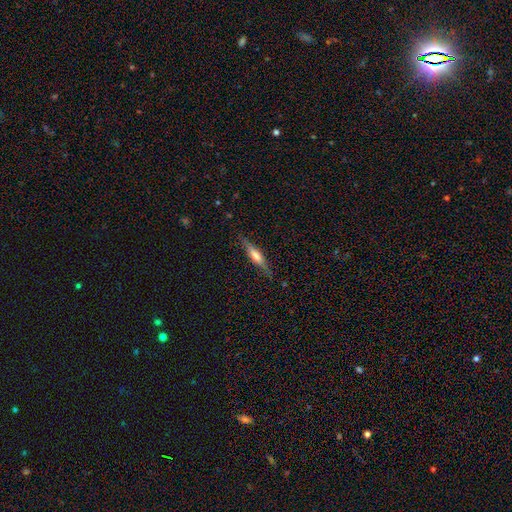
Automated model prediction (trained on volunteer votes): Morphology: type=featured or disk (49%); merging=none (82%).